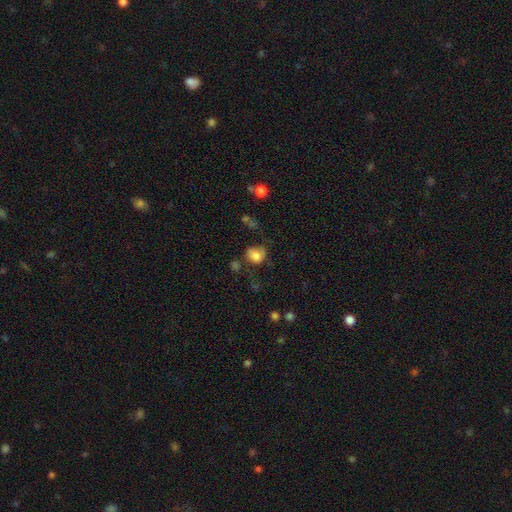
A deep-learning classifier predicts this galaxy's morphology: Overall: smooth (77%). How rounded: round (57%; in between 42%). Merging: none (50%; minor disturbance 28%).